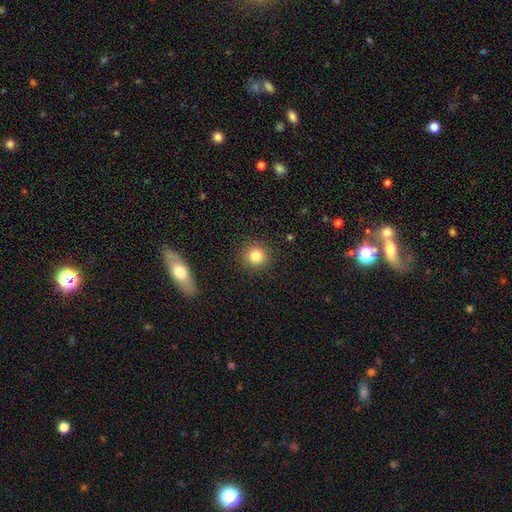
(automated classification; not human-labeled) smooth_or_featured: smooth (p=0.81) [alt: star or artifact p=0.12]
how_rounded: round (p=0.94) [alt: in between p=0.05]
merging: none (p=0.91) [alt: minor disturbance p=0.06]